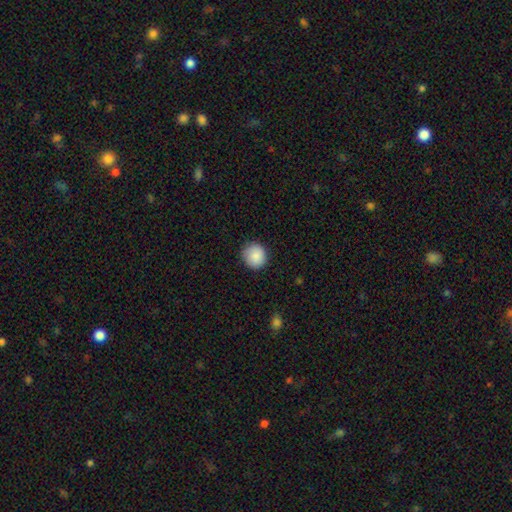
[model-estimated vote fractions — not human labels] This appears to be a smooth galaxy with no disk features (88%) that is round (89%). Merging: none (87%).